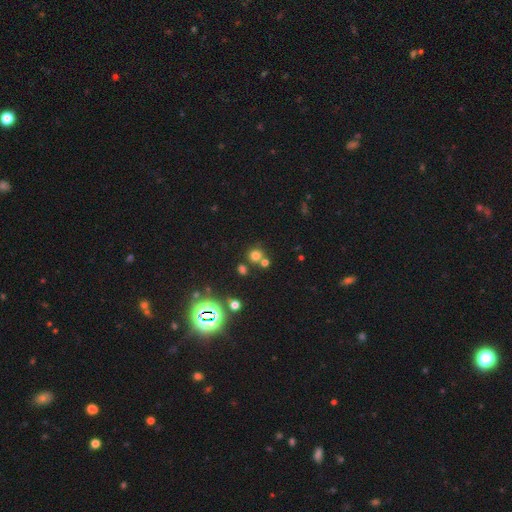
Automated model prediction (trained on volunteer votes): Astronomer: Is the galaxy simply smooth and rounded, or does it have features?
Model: smooth — 64%.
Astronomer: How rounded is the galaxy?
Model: round — 88%.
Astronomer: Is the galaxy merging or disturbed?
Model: none — 65%.